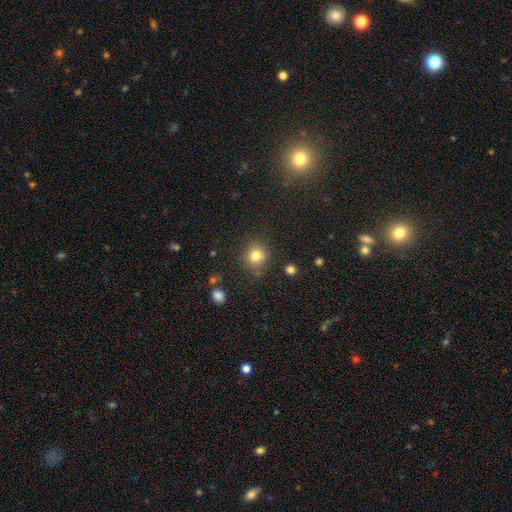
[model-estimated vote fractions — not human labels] Smooth or featured? smooth (81%)
How rounded? round (90%)
Merging? none (83%)